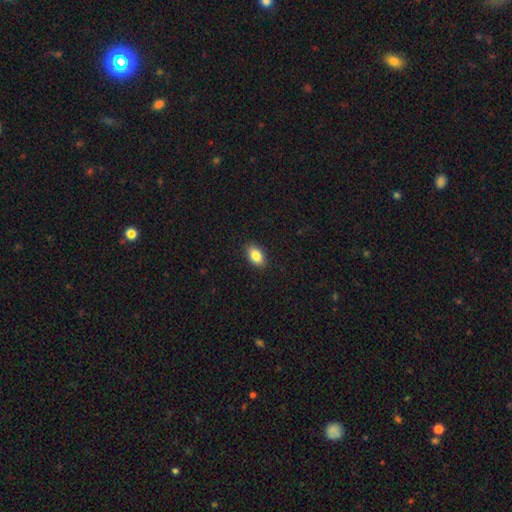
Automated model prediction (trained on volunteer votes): Smooth or featured?
  - smooth: 85% *
  - star or artifact: 8%
  - featured or disk: 7%
How rounded?
  - in between: 89% *
  - round: 8%
  - cigar-shaped: 2%
Merging?
  - none: 90% *
  - minor disturbance: 7%
  - major disturbance: 2%
  - merger: 1%